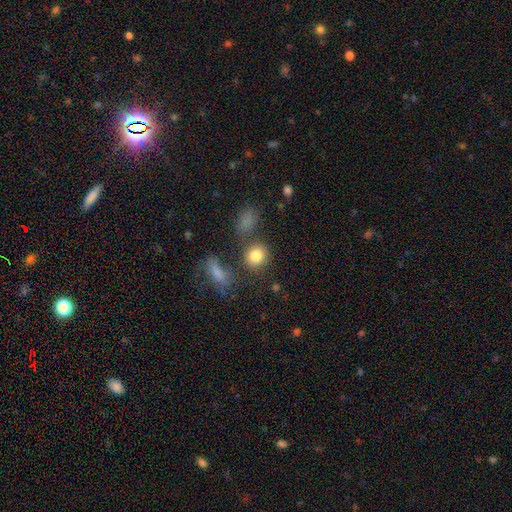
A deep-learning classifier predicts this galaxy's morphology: A smooth galaxy with no disk features (82%) that is round (78%).

Vote fractions:
- Smooth or featured? smooth: 82% / star or artifact: 10% / featured or disk: 7%
- How rounded? round: 78% / in between: 20% / cigar-shaped: 2%
- Merging? none: 68% / merger: 15% / minor disturbance: 11% / major disturbance: 6%